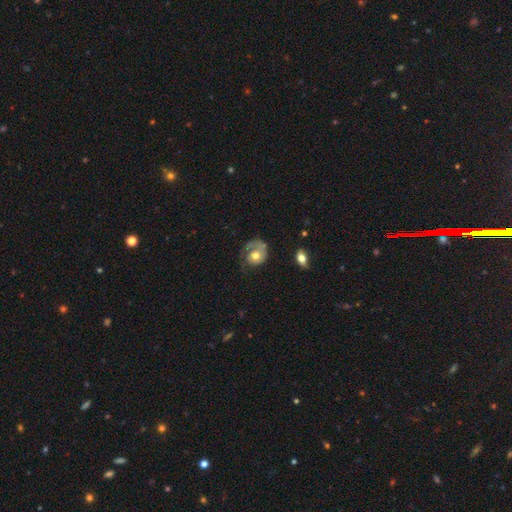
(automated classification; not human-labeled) smooth-or-featured: featured or disk: 67% | smooth: 27% | star or artifact: 6%
  disk-edge-on: no: 97% | yes: 3%
    bar: no: 83% | weak: 14% | strong: 3%
    has-spiral-arms: yes: 83% | no: 17%
      spiral-winding: tight: 46% | medium: 30% | loose: 24%
      spiral-arm-count: 1: 81% | 2: 9% | can't tell: 7% | 3: 1% | 4: 1% | more than 4: 1%
    bulge-size: moderate: 70% | small: 14% | large: 13% | dominant: 2% | none: 2%
  merging: none: 45% | major disturbance: 33% | minor disturbance: 19% | merger: 3%